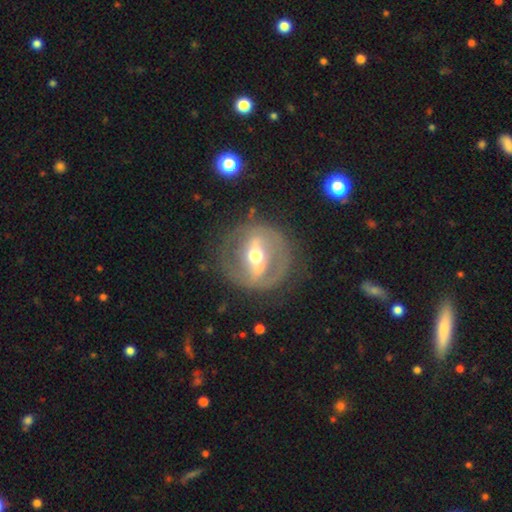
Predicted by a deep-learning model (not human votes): Smooth or featured? featured or disk (72%)
Edge-on disk? no (92%)
Bar? strong (56%)
Spiral arms? no (62%)
Bulge size? moderate (72%)
Merging? none (76%)